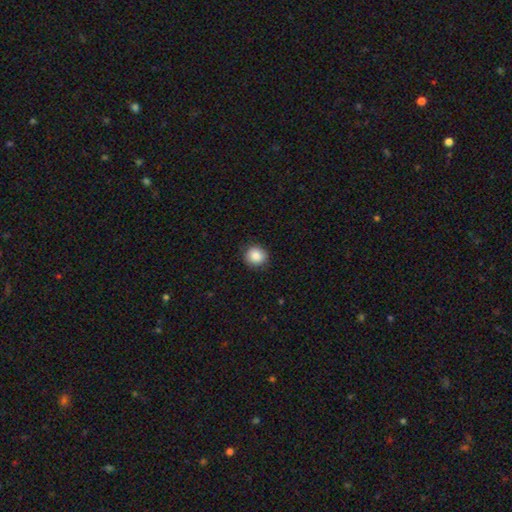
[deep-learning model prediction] A smooth galaxy with no disk features (88%) that is round (87%).

Vote fractions:
- Smooth or featured? smooth: 88% / star or artifact: 9% / featured or disk: 4%
- How rounded? round: 87% / in between: 12% / cigar-shaped: 1%
- Merging? none: 88% / minor disturbance: 8% / major disturbance: 2% / merger: 1%